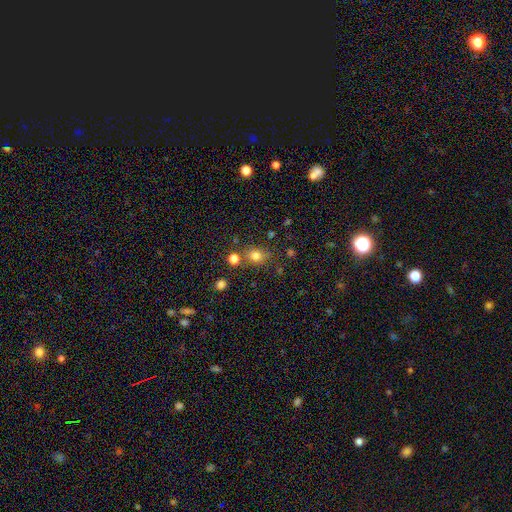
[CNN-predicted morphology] Smooth or featured? smooth (77%)
How rounded? round (64%)
Merging? none (68%)